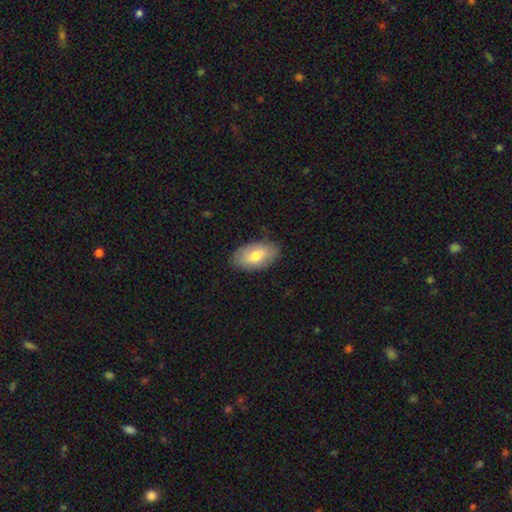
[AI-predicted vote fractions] This appears to be a smooth galaxy with no disk features (71%) that is in between round and cigar-shaped (93%). Merging: none (82%).